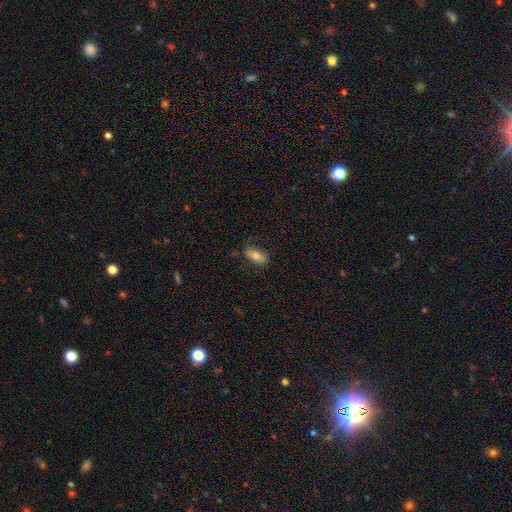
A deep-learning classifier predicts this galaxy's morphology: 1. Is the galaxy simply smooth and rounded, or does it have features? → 70% smooth, 22% featured or disk, 8% star or artifact.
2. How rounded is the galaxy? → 83% in between, 12% cigar-shaped, 5% round.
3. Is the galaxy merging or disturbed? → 73% none, 20% minor disturbance, 5% major disturbance, 2% merger.